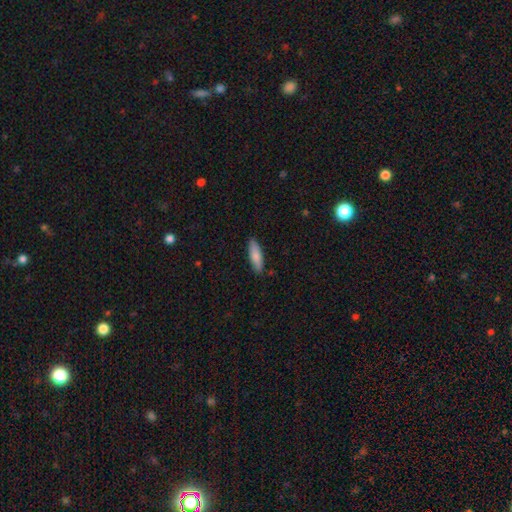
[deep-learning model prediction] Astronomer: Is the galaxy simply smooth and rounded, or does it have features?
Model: smooth — 82%.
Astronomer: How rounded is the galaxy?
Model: cigar-shaped — 53% (runner-up: in between, 45%).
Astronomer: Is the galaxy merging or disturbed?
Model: none — 88%.